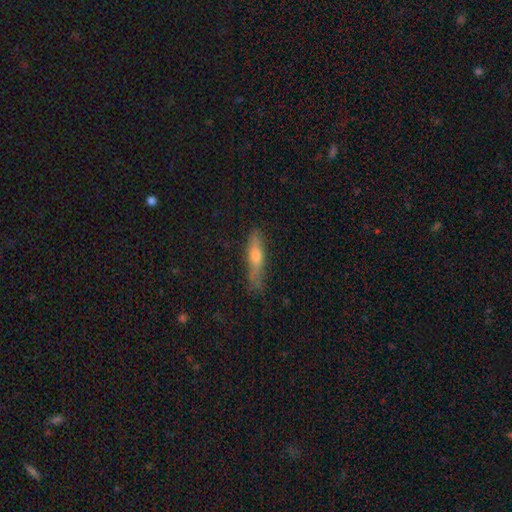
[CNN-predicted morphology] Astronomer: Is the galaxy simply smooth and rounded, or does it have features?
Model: smooth — 53% (runner-up: featured or disk, 40%).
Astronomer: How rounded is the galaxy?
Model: cigar-shaped — 81%.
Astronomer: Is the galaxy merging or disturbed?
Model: none — 72%.